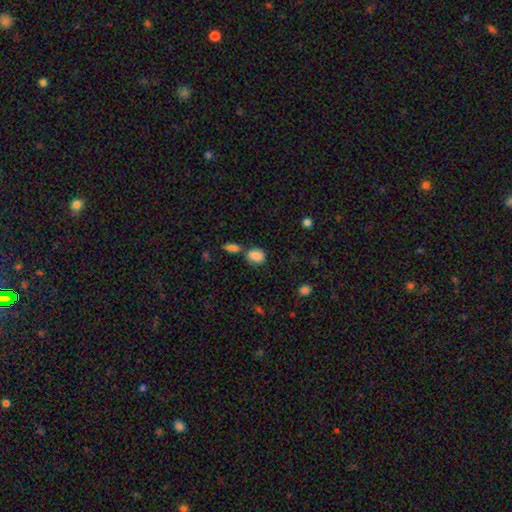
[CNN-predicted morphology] This appears to be a smooth galaxy with no disk features (84%) that is in between round and cigar-shaped (53%). Merging: none (58%).